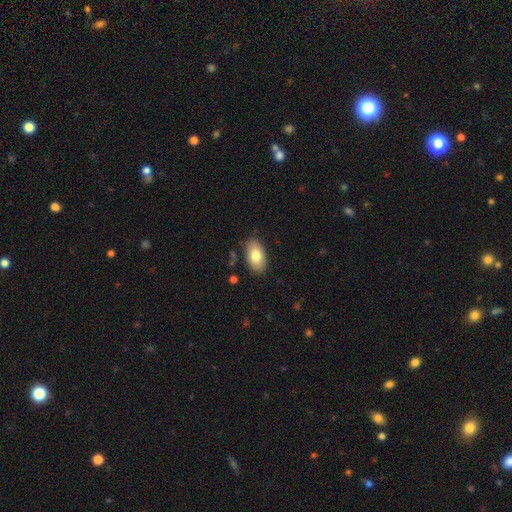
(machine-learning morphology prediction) Smooth or featured?
  - smooth: 79% *
  - featured or disk: 14%
  - star or artifact: 7%
How rounded?
  - in between: 93% *
  - round: 5%
  - cigar-shaped: 2%
Merging?
  - none: 86% *
  - minor disturbance: 10%
  - major disturbance: 2%
  - merger: 2%